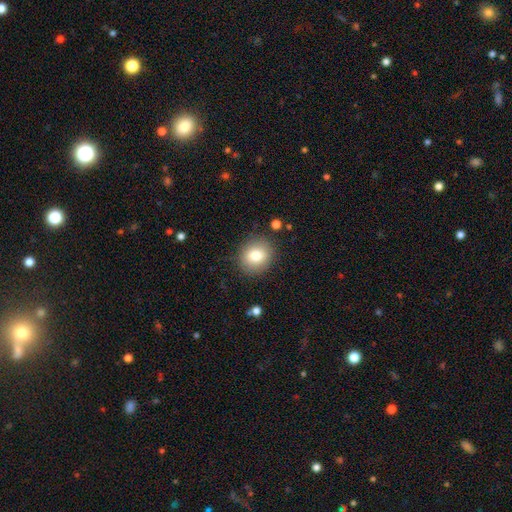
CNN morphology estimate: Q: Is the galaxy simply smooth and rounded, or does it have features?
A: smooth — 80%.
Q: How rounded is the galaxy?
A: round — 74%.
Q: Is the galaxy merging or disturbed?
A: none — 87%.